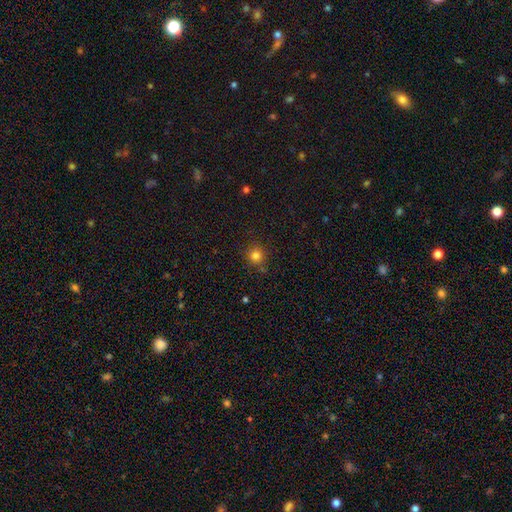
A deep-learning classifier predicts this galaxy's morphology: A smooth galaxy with no disk features (81%) that is round (92%).

Vote fractions:
- Smooth or featured? smooth: 81% / star or artifact: 14% / featured or disk: 5%
- How rounded? round: 92% / in between: 7% / cigar-shaped: 1%
- Merging? none: 84% / minor disturbance: 10% / merger: 4% / major disturbance: 3%